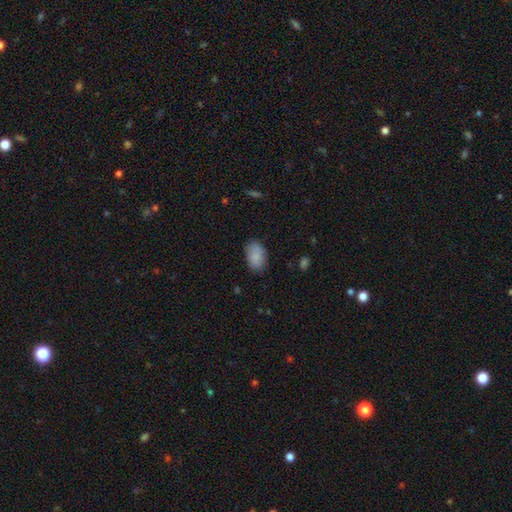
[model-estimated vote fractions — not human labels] A smooth galaxy with no disk features (87%) that is in between round and cigar-shaped (90%). Merging: none (82%).